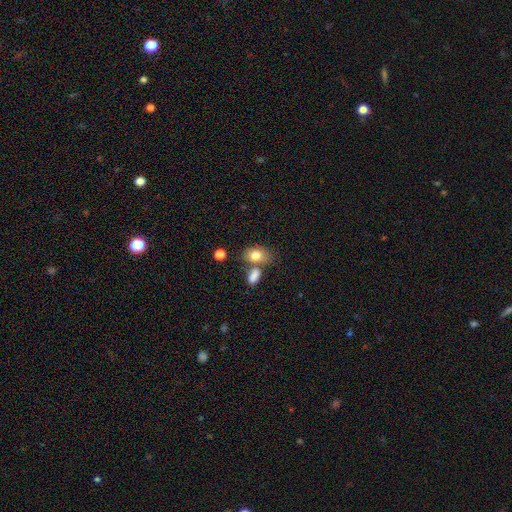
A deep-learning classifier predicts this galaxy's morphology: The model was most divided on "merging": none: 49%, merger: 31%, minor disturbance: 15%, major disturbance: 6%. More confident: smooth or featured — smooth (80%); how rounded — in between (76%).